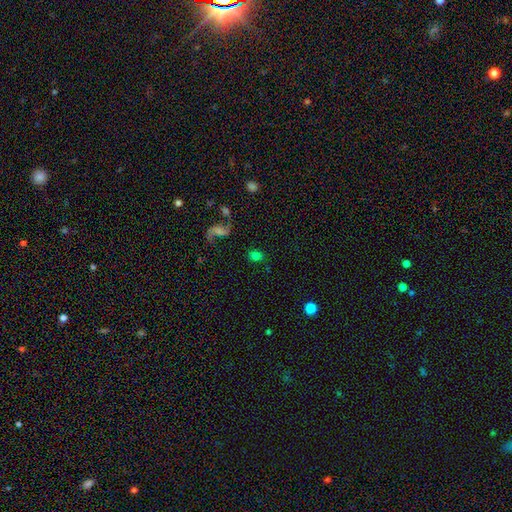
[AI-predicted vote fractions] Morphology: type=smooth (70%); roundness=in between (55%); merging=none (75%).